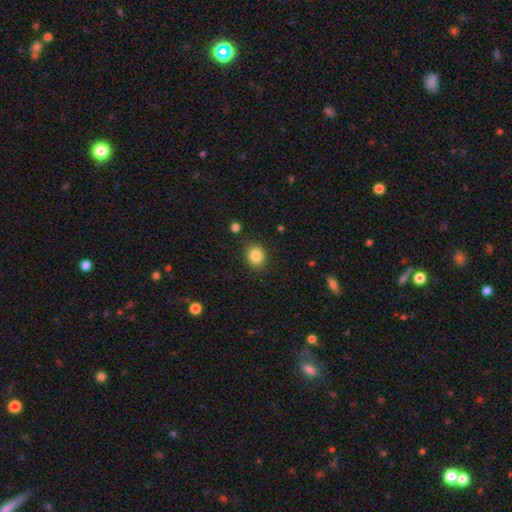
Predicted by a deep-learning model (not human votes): smooth_or_featured: smooth (p=0.84) [alt: star or artifact p=0.10]
how_rounded: round (p=0.76) [alt: in between p=0.23]
merging: none (p=0.87) [alt: minor disturbance p=0.09]